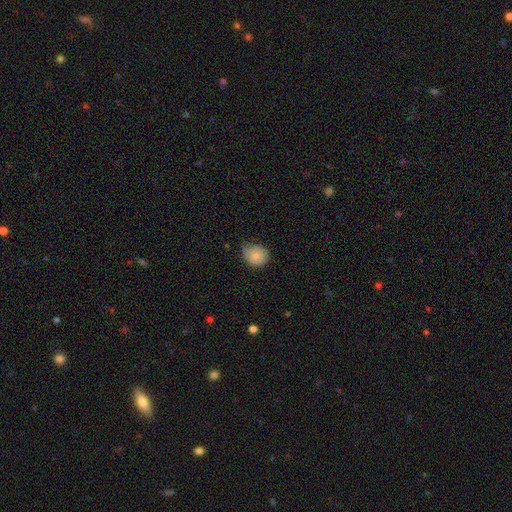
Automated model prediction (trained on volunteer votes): A smooth galaxy with no disk features (83%) that is round (60%). Merging: none (56%).